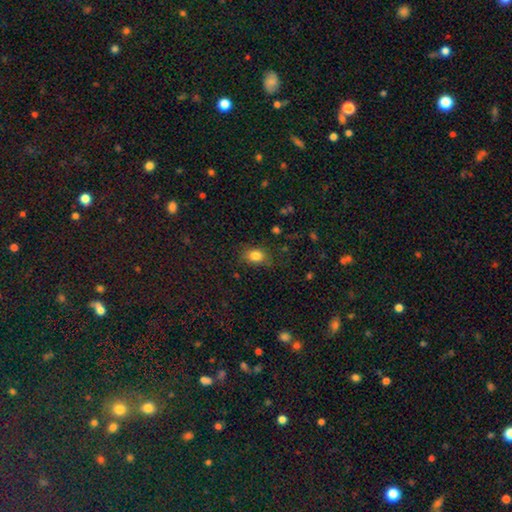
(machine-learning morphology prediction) This appears to be a smooth galaxy with no disk features (83%) that is in between round and cigar-shaped (63%). Merging: none (75%).